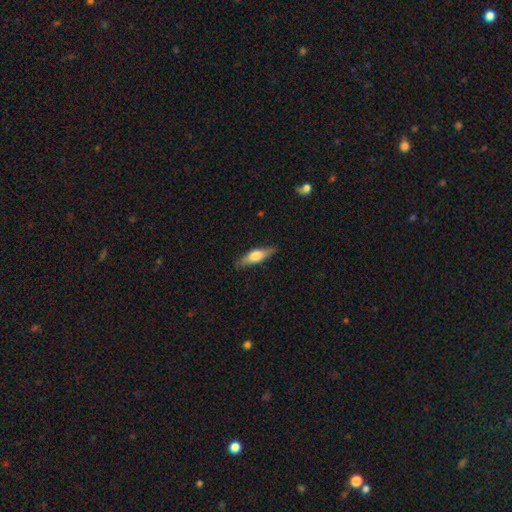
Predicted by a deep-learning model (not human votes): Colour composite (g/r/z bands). It shows a smooth galaxy with no disk features (54%) that is cigar-shaped (55%). Merging: none (82%).